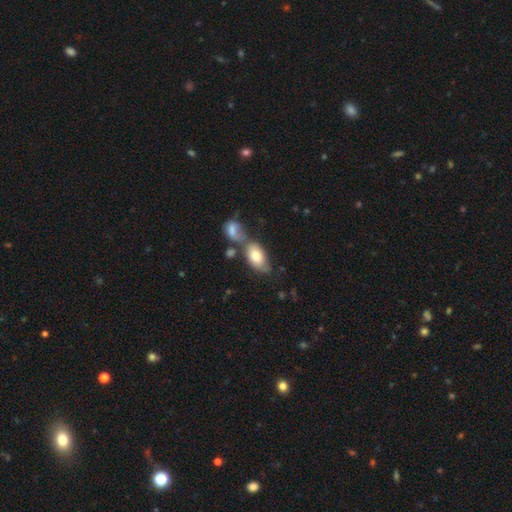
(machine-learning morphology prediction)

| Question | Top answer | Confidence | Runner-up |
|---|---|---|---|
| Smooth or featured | smooth | 76% | featured or disk (17%) |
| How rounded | in between | 92% | round (6%) |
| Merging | none | 42% | merger (36%) |